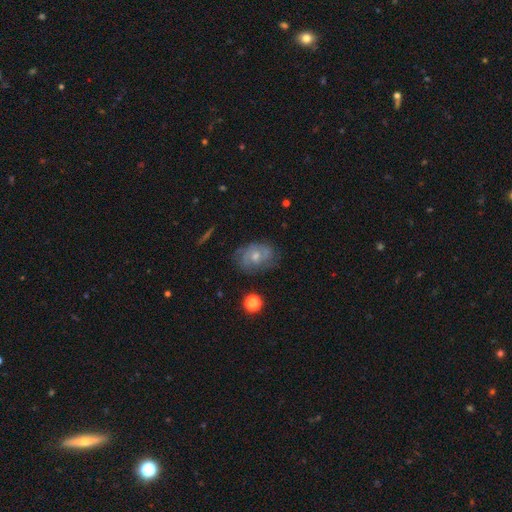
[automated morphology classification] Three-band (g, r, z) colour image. It shows a featured or disk galaxy (63%) with no bar (67%), spiral arms (80%) and a moderate central bulge (57%). Merging: none (68%).